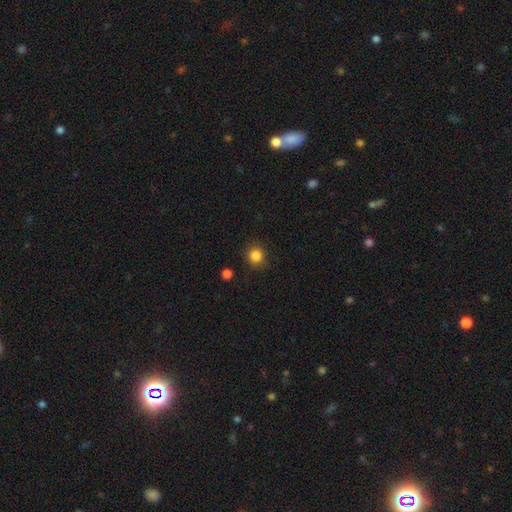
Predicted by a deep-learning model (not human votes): A smooth galaxy with no disk features (85%) that is round (91%). Merging: none (89%).